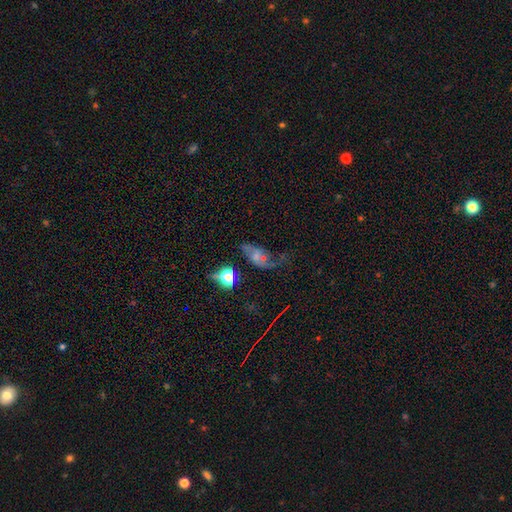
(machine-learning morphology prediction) This appears to be a featured or disk galaxy (52%). Merging: none (40%).